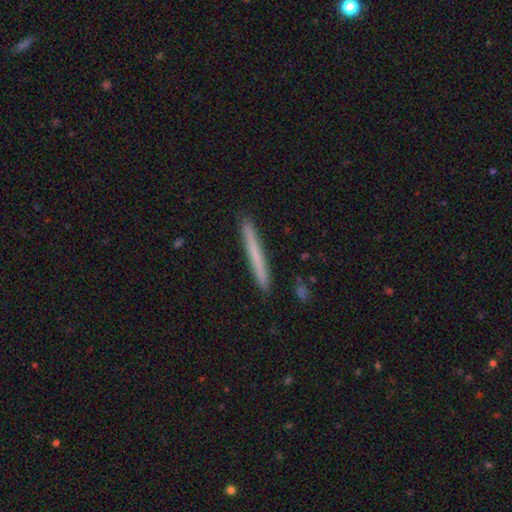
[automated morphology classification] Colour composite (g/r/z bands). It shows a smooth galaxy with no disk features (66%) that is cigar-shaped (97%). Merging: none (92%).